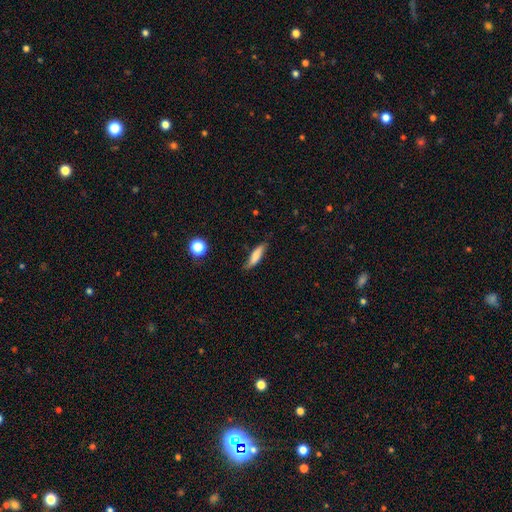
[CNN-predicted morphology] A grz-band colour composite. It shows a smooth galaxy with no disk features (76%) that is cigar-shaped (66%). Merging: none (73%).